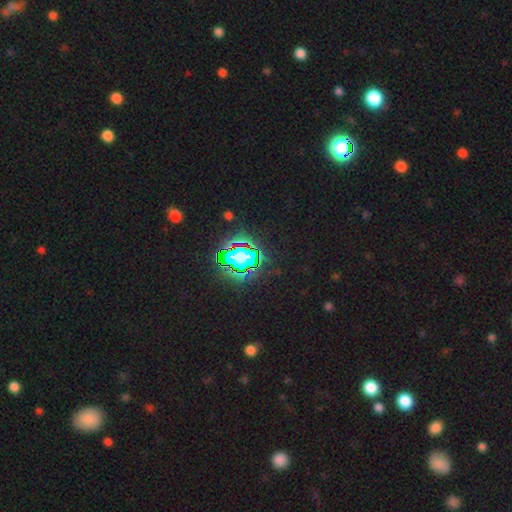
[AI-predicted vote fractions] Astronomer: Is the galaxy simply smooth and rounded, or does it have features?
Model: star or artifact — 79%.